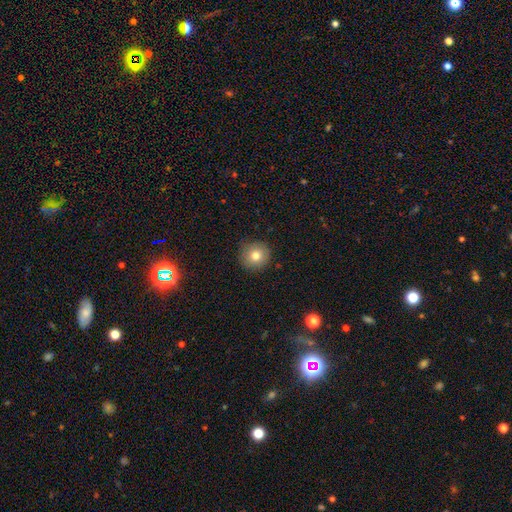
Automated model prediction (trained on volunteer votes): Morphology: type=smooth (78%); roundness=round (94%); merging=none (88%).